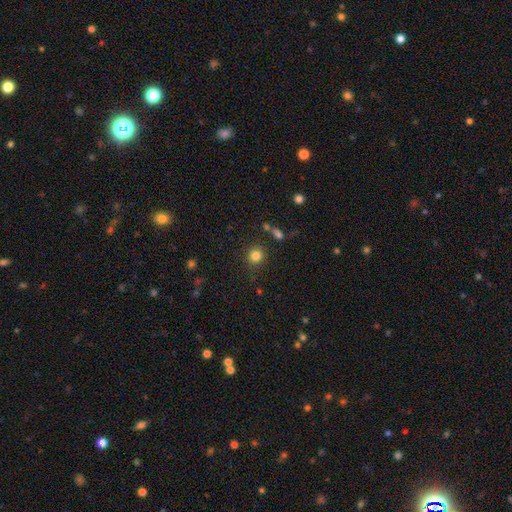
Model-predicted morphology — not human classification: smooth_or_featured: smooth (p=0.82) [alt: star or artifact p=0.12]
how_rounded: round (p=0.89) [alt: in between p=0.10]
merging: none (p=0.85) [alt: minor disturbance p=0.08]